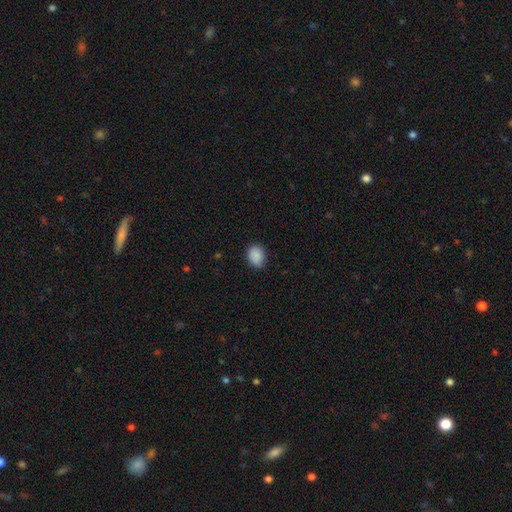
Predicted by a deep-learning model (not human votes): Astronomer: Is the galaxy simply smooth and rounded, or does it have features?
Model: smooth — 89%.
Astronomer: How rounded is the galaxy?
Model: in between — 59% (runner-up: round, 40%).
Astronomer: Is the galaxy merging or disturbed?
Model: none — 81%.